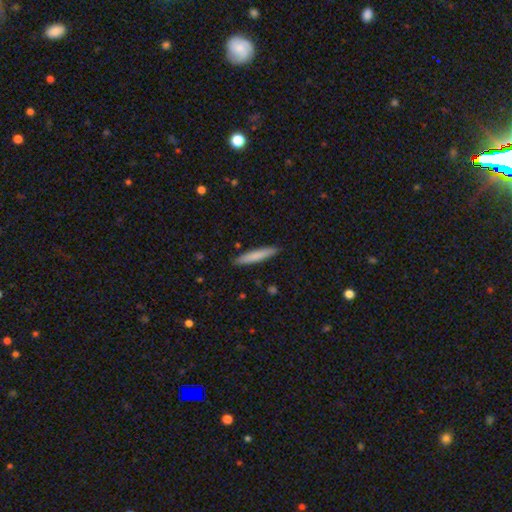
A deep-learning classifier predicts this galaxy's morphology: This appears to be a smooth galaxy with no disk features (80%) that is cigar-shaped (92%). Merging: none (90%).